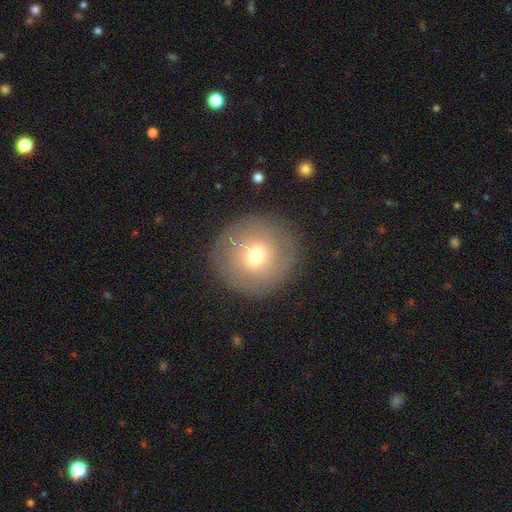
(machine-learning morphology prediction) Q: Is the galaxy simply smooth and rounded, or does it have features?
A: smooth — 67%.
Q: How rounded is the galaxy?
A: round — 94%.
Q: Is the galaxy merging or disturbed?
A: none — 88%.